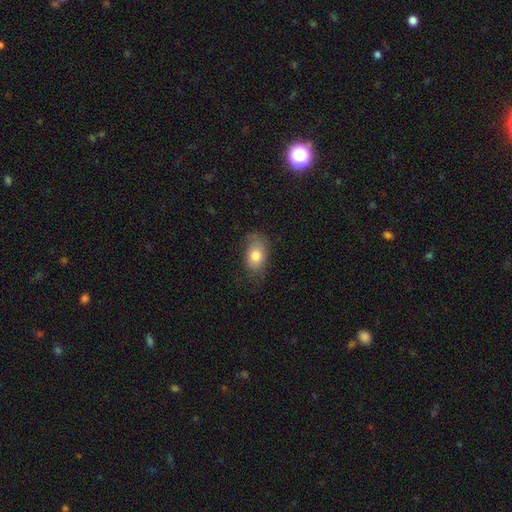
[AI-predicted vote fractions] smooth-or-featured: smooth: 77% | featured or disk: 15% | star or artifact: 8%
  how-rounded: in between: 87% | round: 11% | cigar-shaped: 2%
  merging: none: 62% | minor disturbance: 27% | major disturbance: 9% | merger: 1%